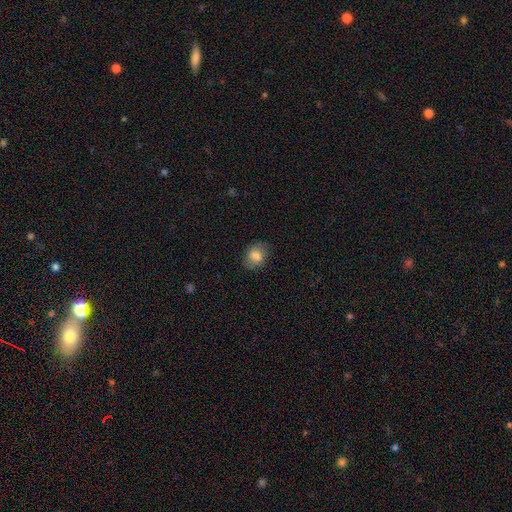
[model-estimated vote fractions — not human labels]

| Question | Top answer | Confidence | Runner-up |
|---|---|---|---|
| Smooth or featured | smooth | 80% | featured or disk (11%) |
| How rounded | in between | 55% | round (44%) |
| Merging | none | 79% | minor disturbance (15%) |